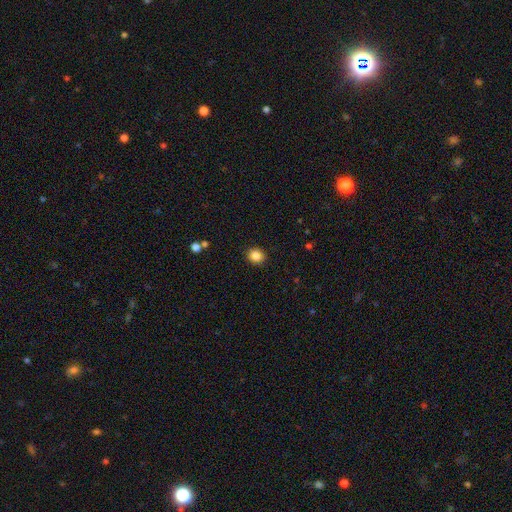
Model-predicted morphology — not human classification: smooth_or_featured: smooth (p=0.86) [alt: star or artifact p=0.10]
how_rounded: round (p=0.78) [alt: in between p=0.21]
merging: none (p=0.91) [alt: minor disturbance p=0.06]